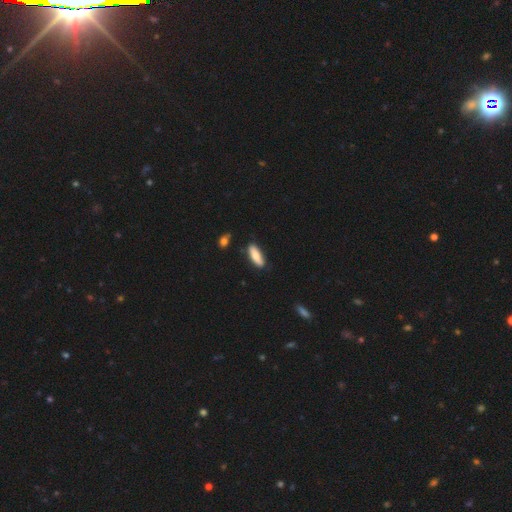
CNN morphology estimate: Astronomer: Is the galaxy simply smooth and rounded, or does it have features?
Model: smooth — 80%.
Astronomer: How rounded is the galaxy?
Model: in between — 52% (runner-up: cigar-shaped, 46%).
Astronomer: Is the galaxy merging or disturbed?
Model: none — 82%.